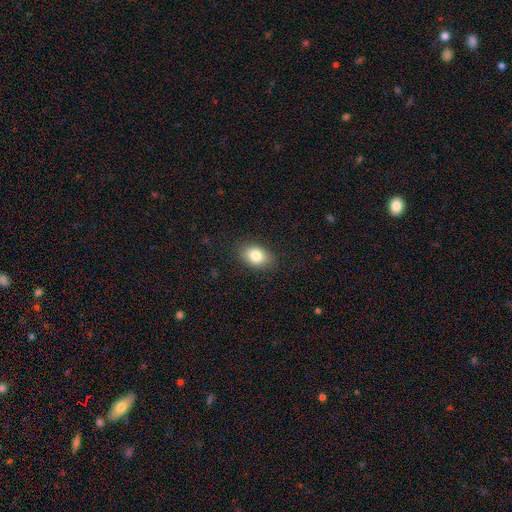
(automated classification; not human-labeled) smooth_or_featured: smooth (p=0.83) [alt: featured or disk p=0.09]
how_rounded: in between (p=0.80) [alt: round p=0.19]
merging: none (p=0.86) [alt: minor disturbance p=0.10]